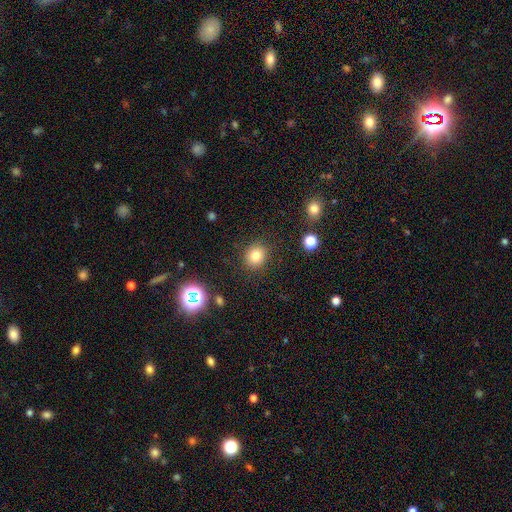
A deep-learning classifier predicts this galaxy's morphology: A smooth galaxy with no disk features (79%) that is round (79%).

Vote fractions:
- Smooth or featured? smooth: 79% / star or artifact: 13% / featured or disk: 8%
- How rounded? round: 79% / in between: 20% / cigar-shaped: 1%
- Merging? none: 88% / minor disturbance: 8% / major disturbance: 3% / merger: 2%